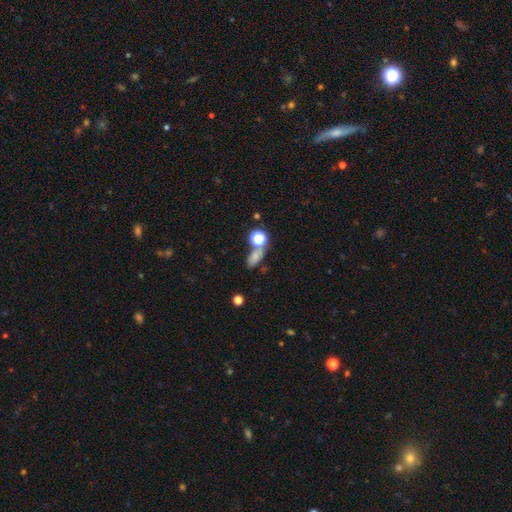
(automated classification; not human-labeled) A smooth galaxy with no disk features (72%) that is in between round and cigar-shaped (68%).

Vote fractions:
- Smooth or featured? smooth: 72% / star or artifact: 19% / featured or disk: 9%
- How rounded? in between: 68% / round: 21% / cigar-shaped: 11%
- Merging? none: 58% / merger: 23% / minor disturbance: 13% / major disturbance: 6%